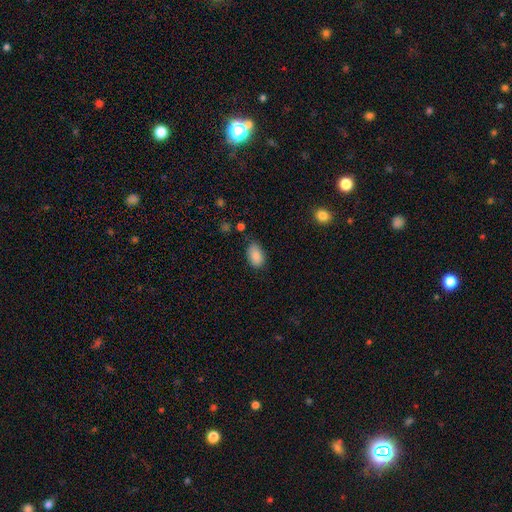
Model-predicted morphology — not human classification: Smooth or featured?
  - smooth: 87% *
  - star or artifact: 8%
  - featured or disk: 5%
How rounded?
  - in between: 92% *
  - round: 7%
  - cigar-shaped: 2%
Merging?
  - none: 71% *
  - minor disturbance: 22%
  - major disturbance: 4%
  - merger: 2%